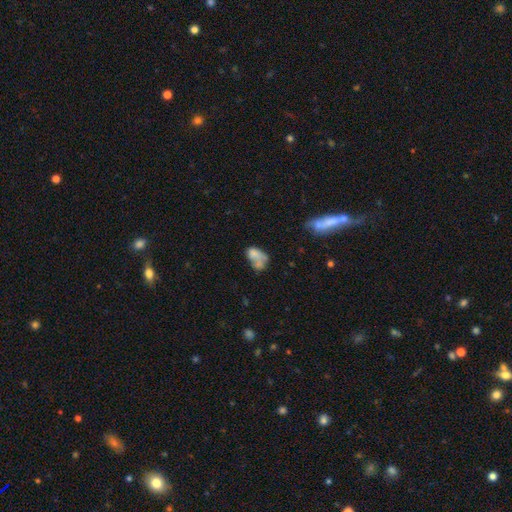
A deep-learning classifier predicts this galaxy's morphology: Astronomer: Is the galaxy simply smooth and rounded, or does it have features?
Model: smooth — 60%.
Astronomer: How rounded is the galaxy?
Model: in between — 84%.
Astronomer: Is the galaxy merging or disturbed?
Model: merger — 36% (runner-up: none, 24%).